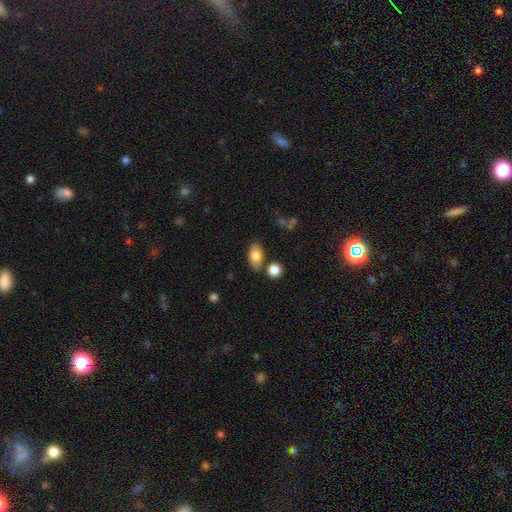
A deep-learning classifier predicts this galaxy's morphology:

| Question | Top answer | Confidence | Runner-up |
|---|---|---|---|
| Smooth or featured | smooth | 79% | featured or disk (13%) |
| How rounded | in between | 90% | round (7%) |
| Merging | none | 76% | minor disturbance (12%) |